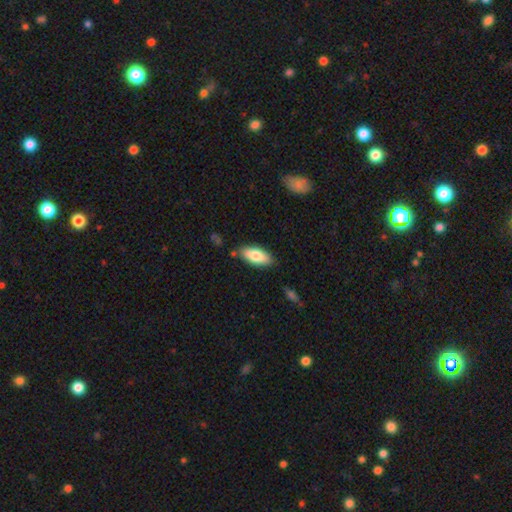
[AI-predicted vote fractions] Smooth or featured? Predicted: smooth (p=0.79). How rounded? Predicted: in between (p=0.84). Merging? Predicted: none (p=0.81).